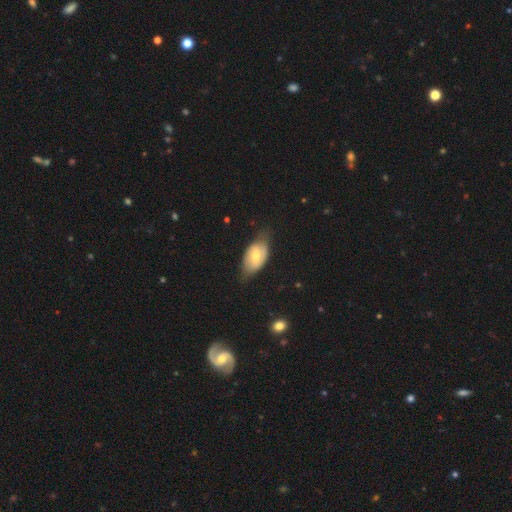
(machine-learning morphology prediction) smooth 48%, featured or disk 46%, star or artifact 6%. Down the decision tree: merging — none (60%).